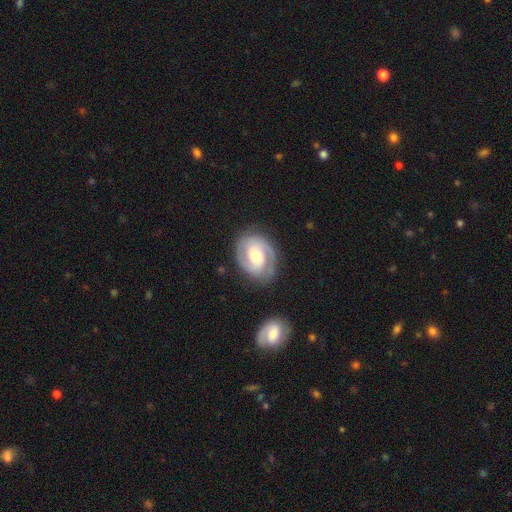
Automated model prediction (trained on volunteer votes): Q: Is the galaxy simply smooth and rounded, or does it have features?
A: featured or disk — 83%.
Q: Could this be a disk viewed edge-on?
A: no — 97%.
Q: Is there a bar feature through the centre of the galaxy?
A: no — 43%.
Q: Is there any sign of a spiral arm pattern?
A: yes — 95%.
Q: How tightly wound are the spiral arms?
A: tight — 51%.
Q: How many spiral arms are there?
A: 2 — 84%.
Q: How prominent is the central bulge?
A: moderate — 66%.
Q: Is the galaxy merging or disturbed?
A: none — 78%.